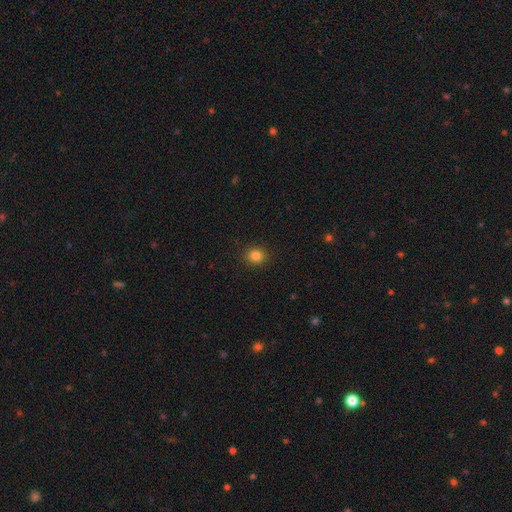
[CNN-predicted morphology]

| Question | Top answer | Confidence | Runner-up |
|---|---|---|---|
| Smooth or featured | smooth | 83% | star or artifact (12%) |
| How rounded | round | 80% | in between (19%) |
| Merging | none | 90% | minor disturbance (7%) |